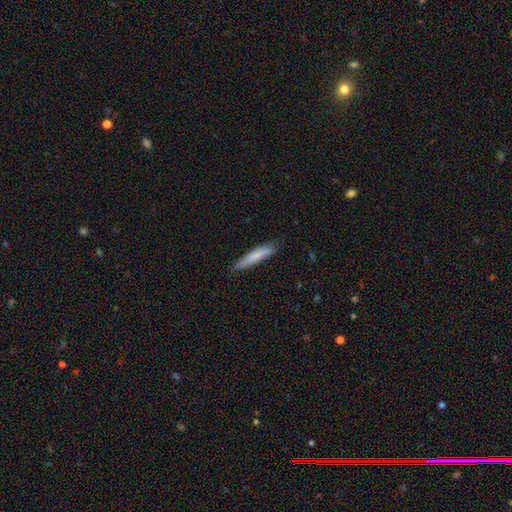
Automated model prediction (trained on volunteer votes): A smooth galaxy with no disk features (77%) that is cigar-shaped (91%).

Vote fractions:
- Smooth or featured? smooth: 77% / featured or disk: 18% / star or artifact: 6%
- How rounded? cigar-shaped: 91% / in between: 7% / round: 1%
- Merging? none: 79% / minor disturbance: 17% / major disturbance: 3% / merger: 1%